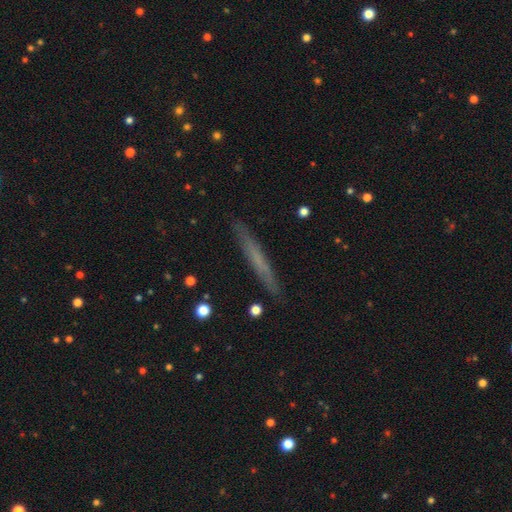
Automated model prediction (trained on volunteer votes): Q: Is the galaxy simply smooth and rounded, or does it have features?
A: smooth — 51%.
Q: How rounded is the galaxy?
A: cigar-shaped — 96%.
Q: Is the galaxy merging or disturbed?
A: none — 88%.